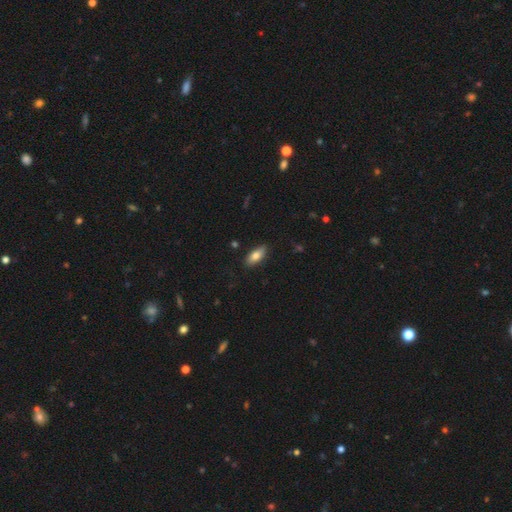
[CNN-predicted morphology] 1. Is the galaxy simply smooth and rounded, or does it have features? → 77% smooth, 16% featured or disk, 7% star or artifact.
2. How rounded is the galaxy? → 79% in between, 19% cigar-shaped, 2% round.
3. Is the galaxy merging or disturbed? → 85% none, 12% minor disturbance, 2% major disturbance, 1% merger.